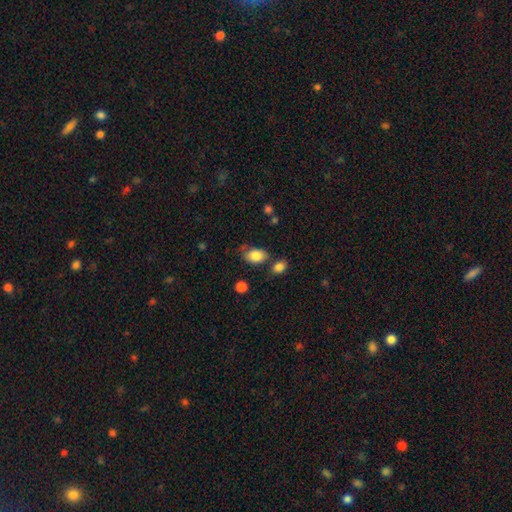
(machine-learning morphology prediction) Smooth or featured? smooth (85%)
How rounded? in between (84%)
Merging? none (63%)